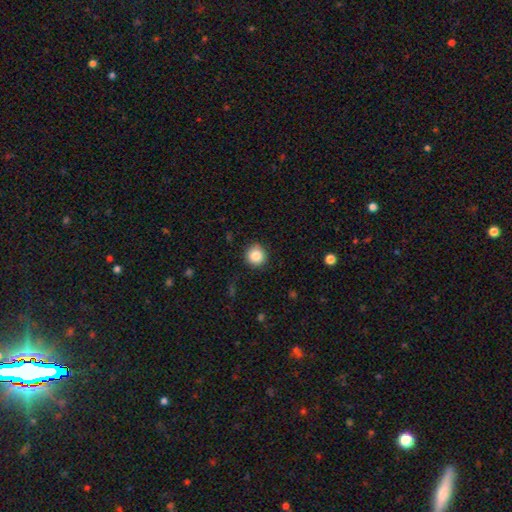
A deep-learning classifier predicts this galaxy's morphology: Q: Smooth or featured?
A: smooth (86%); runner-up: star or artifact (9%)
Q: How rounded?
A: round (93%); runner-up: in between (6%)
Q: Merging?
A: none (88%); runner-up: minor disturbance (9%)